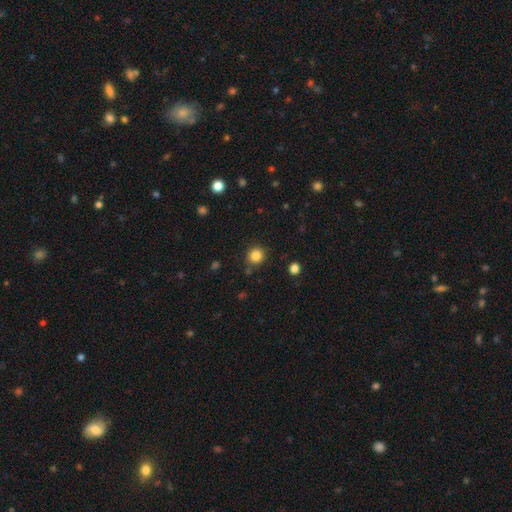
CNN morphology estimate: A smooth galaxy with no disk features (84%) that is round (92%). Merging: none (86%).